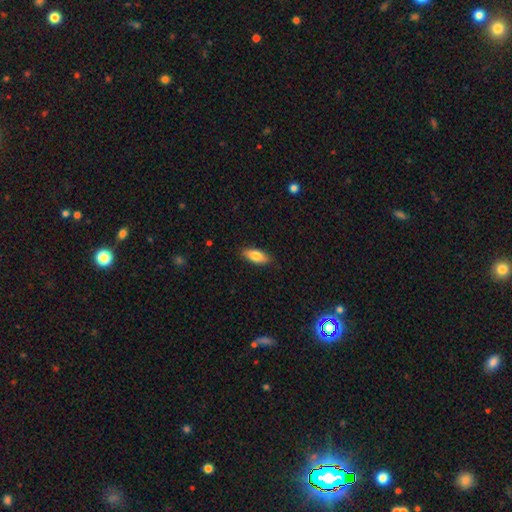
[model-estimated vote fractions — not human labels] This is clearly a smooth galaxy (81%). How rounded: clearly in between (83%). Merging: clearly none (87%).